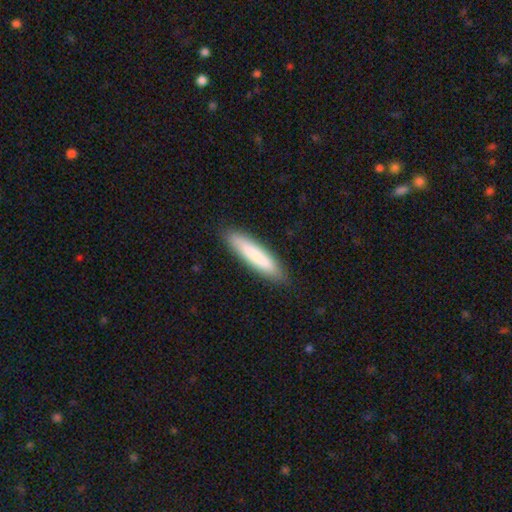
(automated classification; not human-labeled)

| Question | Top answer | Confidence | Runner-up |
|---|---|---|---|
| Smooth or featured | smooth | 81% | featured or disk (13%) |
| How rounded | cigar-shaped | 85% | in between (14%) |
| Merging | none | 89% | minor disturbance (9%) |